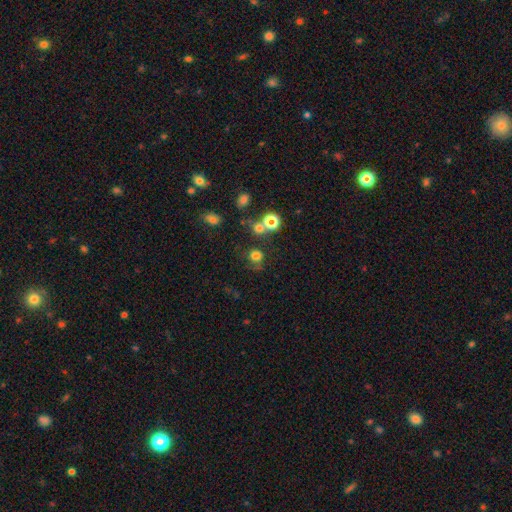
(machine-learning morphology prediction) This is likely a smooth galaxy (74%). How rounded: clearly round (82%). Merging: likely none (64%).